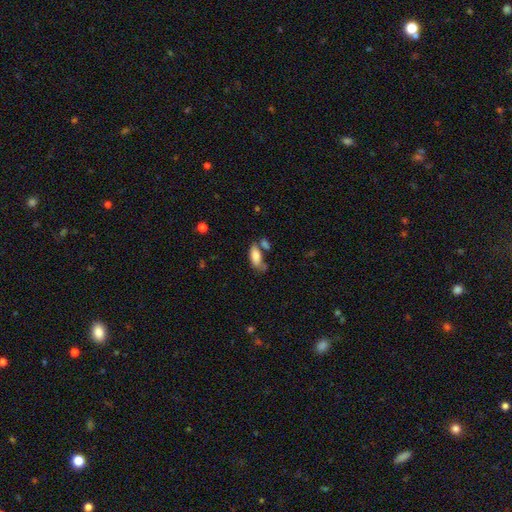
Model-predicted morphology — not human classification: Q: Smooth or featured?
A: smooth (79%); runner-up: featured or disk (14%)
Q: How rounded?
A: in between (82%); runner-up: cigar-shaped (16%)
Q: Merging?
A: none (50%); runner-up: minor disturbance (22%)